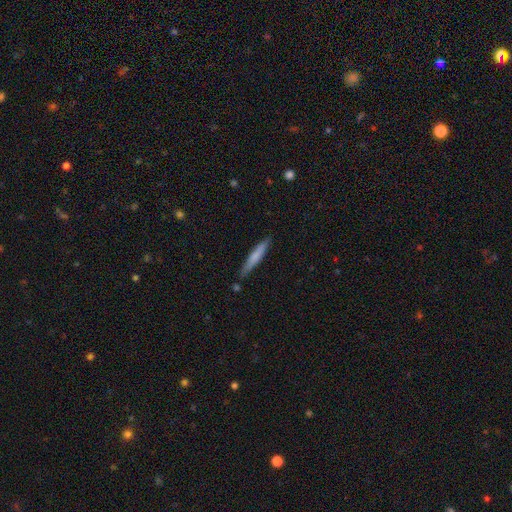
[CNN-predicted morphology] Smooth or featured: smooth — 68% (featured or disk — 27%)
How rounded: cigar-shaped — 94% (in between — 5%)
Merging: none — 84% (minor disturbance — 11%)